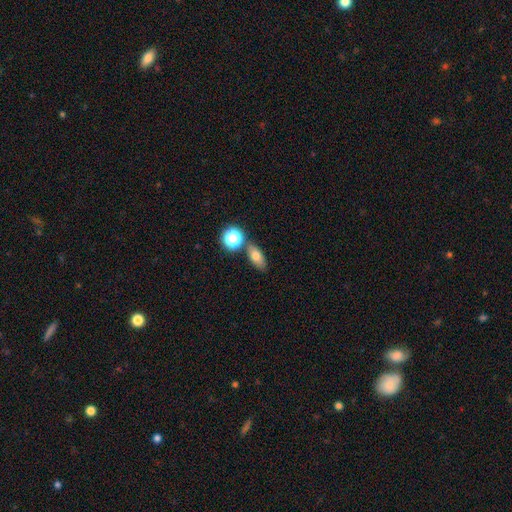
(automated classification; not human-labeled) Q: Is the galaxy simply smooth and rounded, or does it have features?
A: smooth — 71%.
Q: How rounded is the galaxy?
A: in between — 75%.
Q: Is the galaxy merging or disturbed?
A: none — 71%.